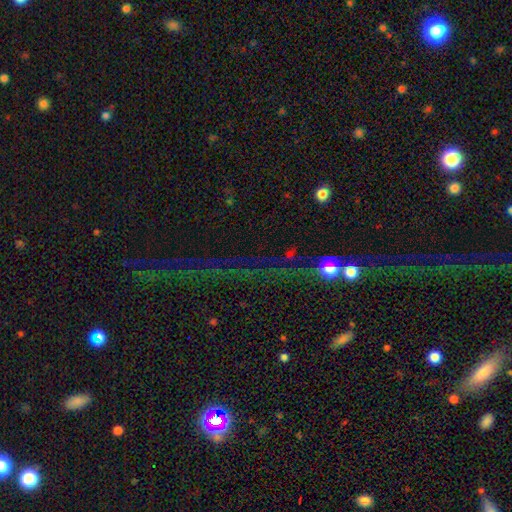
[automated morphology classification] A star or artifact, not a galaxy (66%).